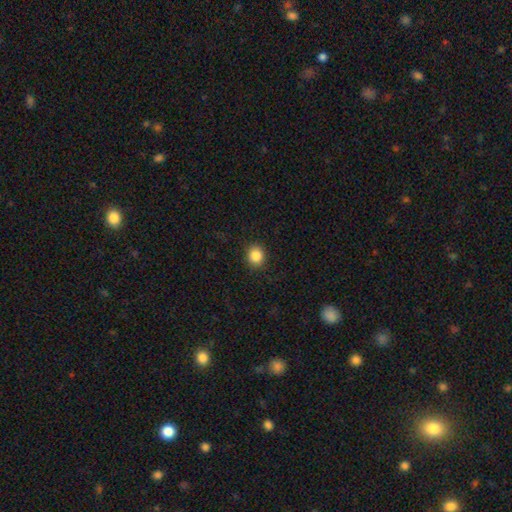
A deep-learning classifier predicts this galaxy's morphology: The model was most divided on "how rounded": round: 75%, in between: 24%, cigar-shaped: 1%. More confident: merging — none (89%); smooth or featured — smooth (86%).